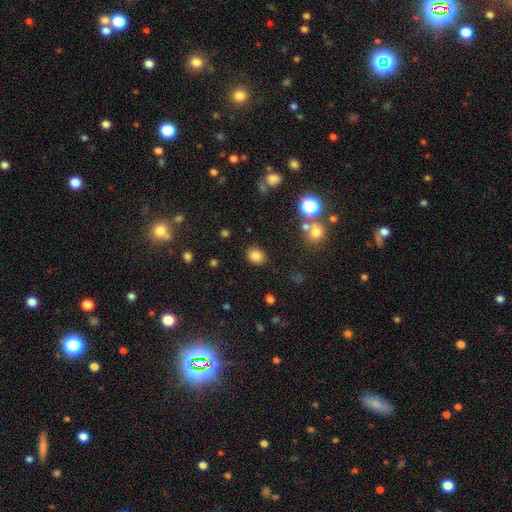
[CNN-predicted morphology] smooth 82%, star or artifact 13%, featured or disk 6%. Down the decision tree: how rounded — round (54%); merging — none (87%).